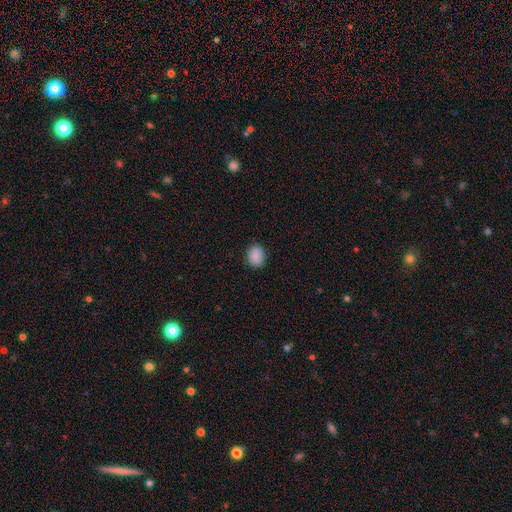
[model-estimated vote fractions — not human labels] Overall: smooth (88%). How rounded: round (53%; in between 46%). Merging: none (87%).